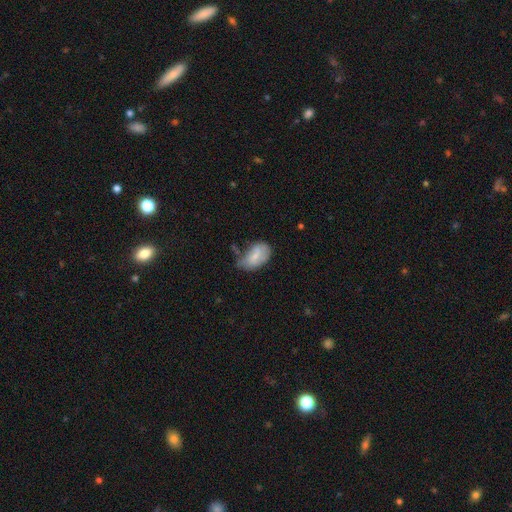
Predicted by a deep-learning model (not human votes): Morphology: type=smooth (60%); roundness=in between (91%); merging=none (39%, tied with minor disturbance).